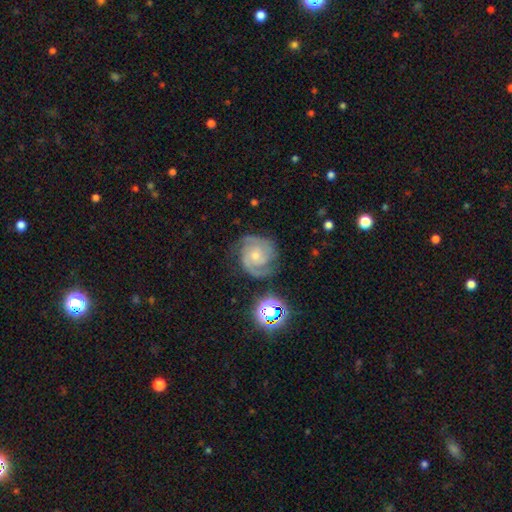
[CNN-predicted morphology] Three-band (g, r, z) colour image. It shows a featured or disk galaxy (83%) with no bar (68%), 2 (58%) tight (53%) spiral arms (97%) and a small central bulge (54%). Merging: none (70%).